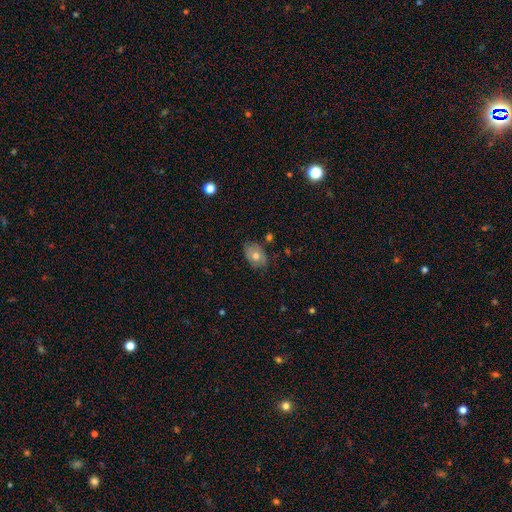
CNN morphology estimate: smooth 60%, featured or disk 31%, star or artifact 9%. Down the decision tree: how rounded — in between (78%); merging — none (73%).